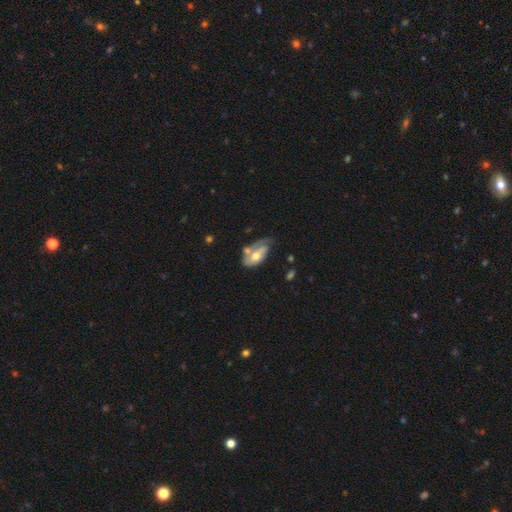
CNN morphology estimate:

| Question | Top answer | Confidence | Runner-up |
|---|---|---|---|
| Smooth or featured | featured or disk | 51% | smooth (43%) |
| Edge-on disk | no | 90% | yes (10%) |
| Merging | none | 31% | minor disturbance (24%) |